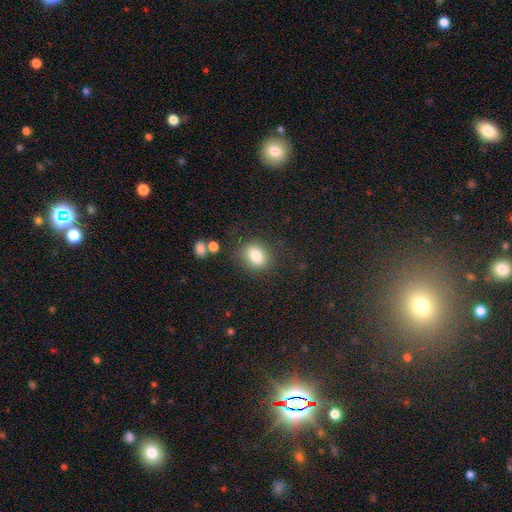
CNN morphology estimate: This appears to be a smooth galaxy with no disk features (81%) that is in between round and cigar-shaped (54%). Merging: none (78%).